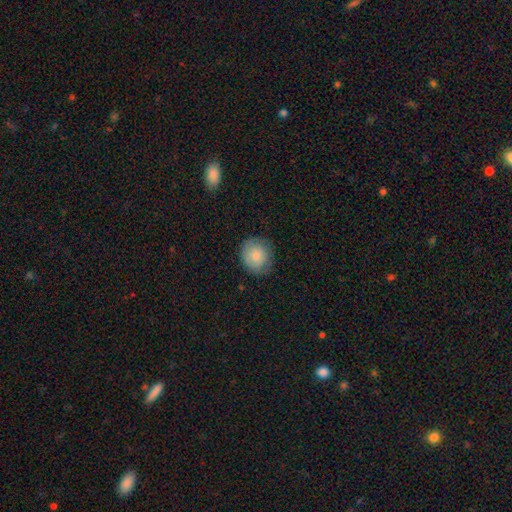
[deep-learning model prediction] smooth 81%, featured or disk 12%, star or artifact 7%. Down the decision tree: how rounded — round (80%); merging — none (78%).